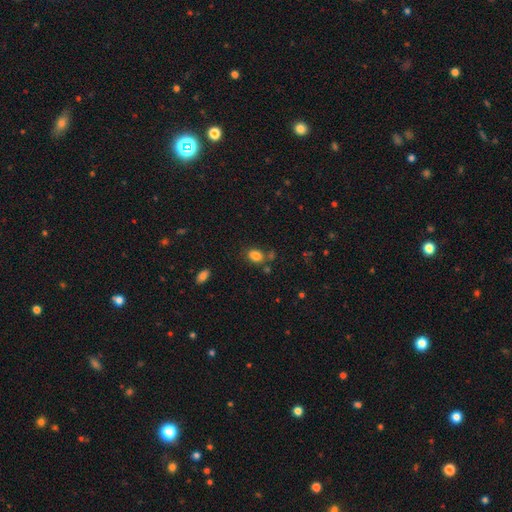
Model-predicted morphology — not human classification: This is clearly a smooth galaxy (82%). How rounded: likely in between (70%). Merging: likely none (66%).